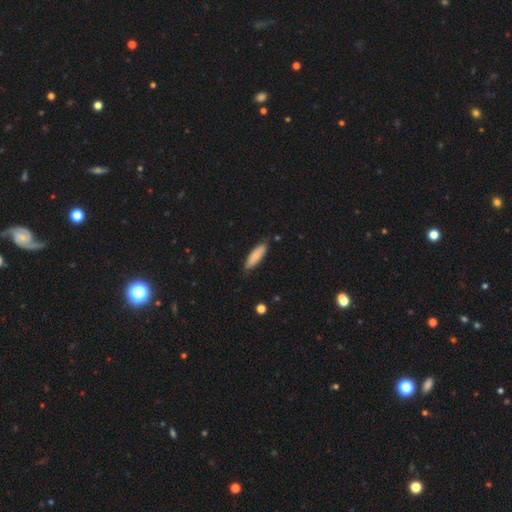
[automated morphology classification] Overall: smooth (77%). How rounded: cigar-shaped (53%; in between 45%). Merging: none (80%).